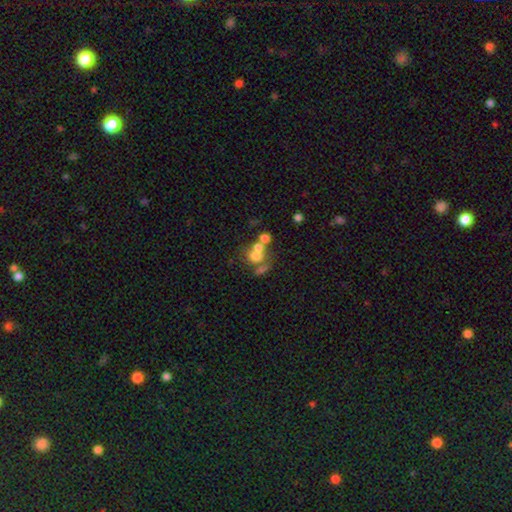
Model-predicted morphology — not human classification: Q: Smooth or featured?
A: smooth (60%); runner-up: featured or disk (25%)
Q: How rounded?
A: round (71%); runner-up: in between (28%)
Q: Merging?
A: merger (51%); runner-up: none (32%)